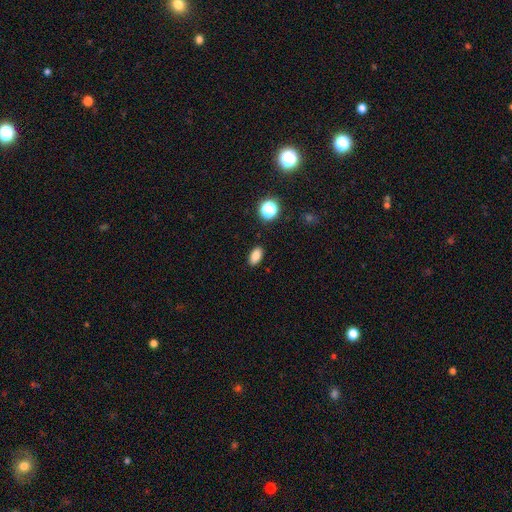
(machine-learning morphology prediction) smooth_or_featured: smooth (p=0.84) [alt: star or artifact p=0.11]
how_rounded: in between (p=0.90) [alt: round p=0.07]
merging: none (p=0.88) [alt: minor disturbance p=0.08]